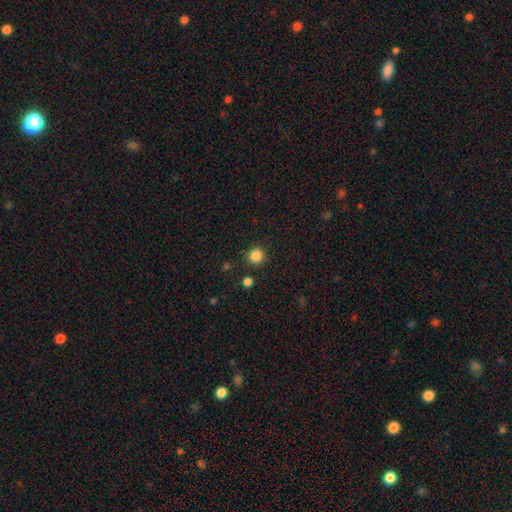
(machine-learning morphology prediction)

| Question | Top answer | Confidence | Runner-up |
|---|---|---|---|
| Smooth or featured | smooth | 85% | star or artifact (12%) |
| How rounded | round | 93% | in between (7%) |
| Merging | none | 88% | minor disturbance (7%) |